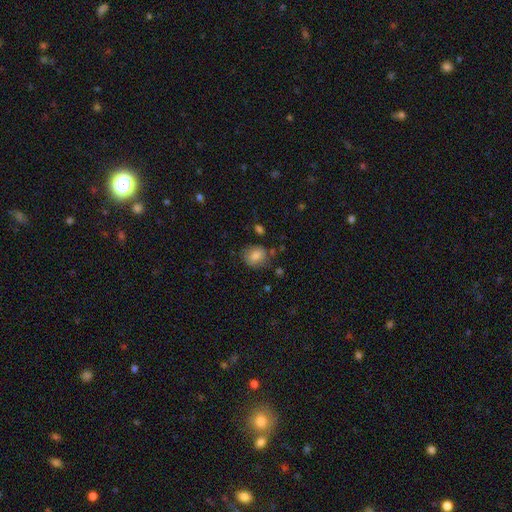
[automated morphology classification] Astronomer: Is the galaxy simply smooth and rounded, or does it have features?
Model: smooth — 80%.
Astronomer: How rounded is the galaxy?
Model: in between — 51% (runner-up: round, 48%).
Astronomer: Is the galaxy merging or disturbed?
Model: none — 67%.